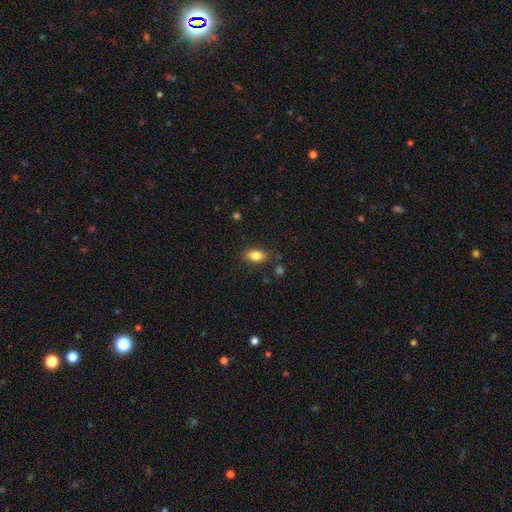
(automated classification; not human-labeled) Smooth or featured: smooth — 83% (featured or disk — 9%)
How rounded: in between — 88% (round — 7%)
Merging: none — 81% (minor disturbance — 13%)